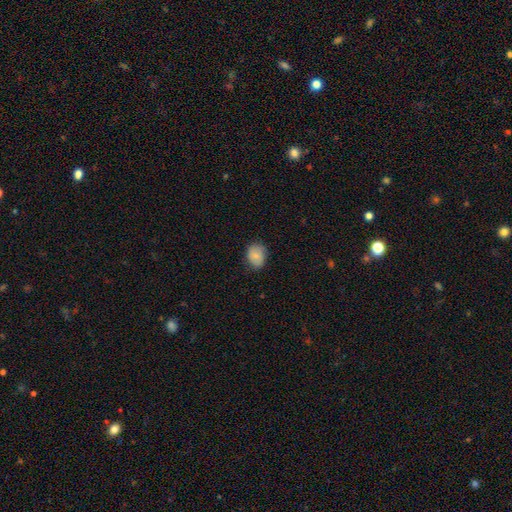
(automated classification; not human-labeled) Morphology: type=smooth (82%); roundness=in between (52%); merging=none (79%).